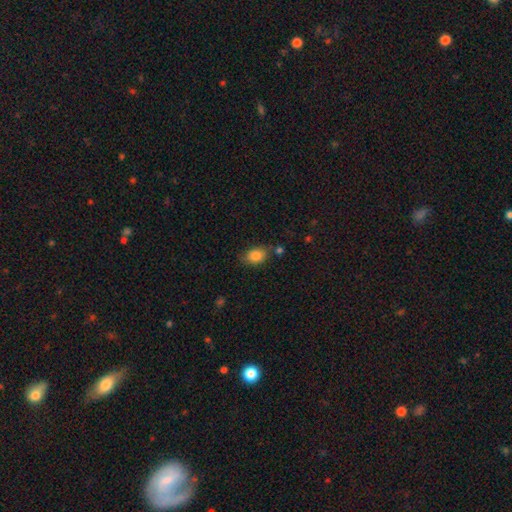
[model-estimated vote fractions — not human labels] The model was most divided on "how rounded": in between: 76%, round: 23%, cigar-shaped: 1%. More confident: smooth or featured — smooth (85%); merging — none (73%).